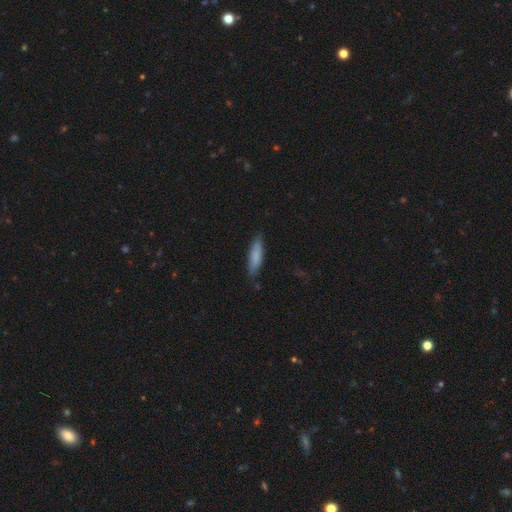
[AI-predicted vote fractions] smooth_or_featured: smooth (p=0.84) [alt: featured or disk p=0.10]
how_rounded: cigar-shaped (p=0.68) [alt: in between p=0.31]
merging: none (p=0.82) [alt: minor disturbance p=0.15]